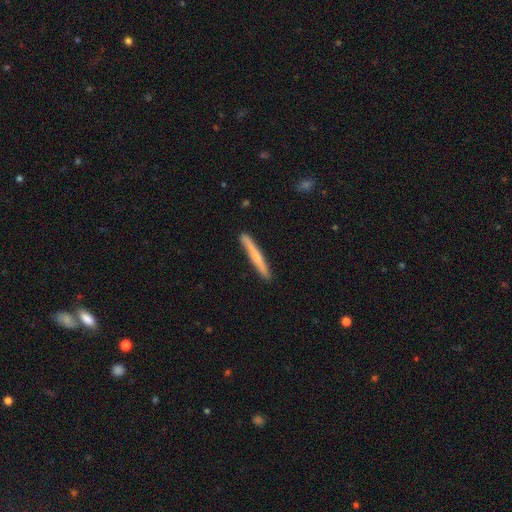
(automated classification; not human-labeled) The model was most divided on "smooth or featured": smooth: 55%, featured or disk: 39%, star or artifact: 5%. More confident: how rounded — cigar-shaped (96%); merging — none (89%).